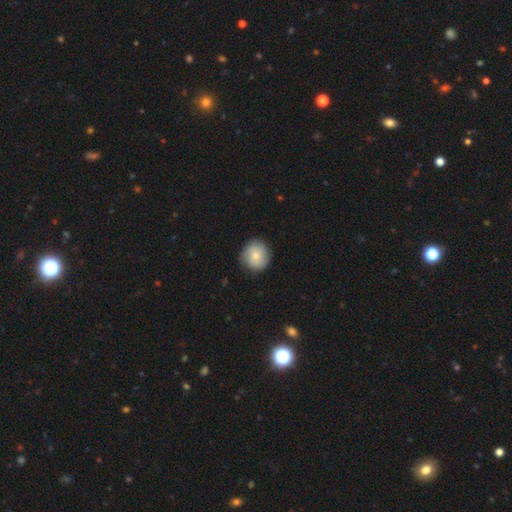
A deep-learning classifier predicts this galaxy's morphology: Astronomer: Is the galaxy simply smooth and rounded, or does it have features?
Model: smooth — 66%.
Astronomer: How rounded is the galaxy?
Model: round — 88%.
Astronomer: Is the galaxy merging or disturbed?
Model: none — 83%.